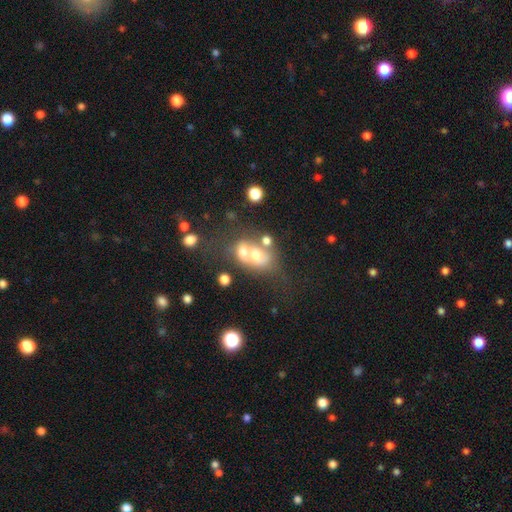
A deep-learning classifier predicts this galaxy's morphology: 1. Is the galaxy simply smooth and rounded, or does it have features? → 53% smooth, 33% featured or disk, 14% star or artifact.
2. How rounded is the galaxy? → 53% in between, 46% round, 2% cigar-shaped.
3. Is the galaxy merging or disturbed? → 59% merger, 23% none, 9% minor disturbance, 8% major disturbance.